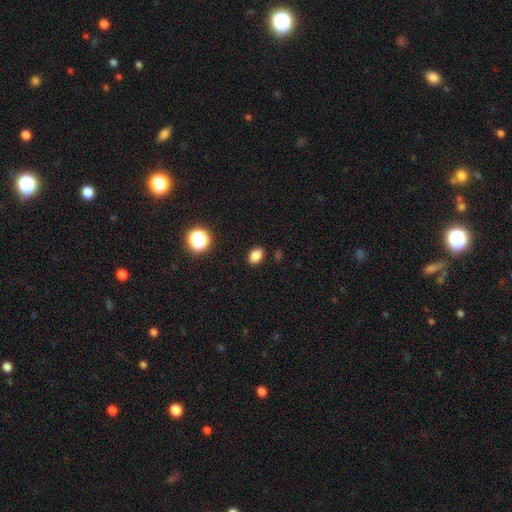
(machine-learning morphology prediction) smooth_or_featured: smooth (p=0.83) [alt: star or artifact p=0.12]
how_rounded: in between (p=0.81) [alt: round p=0.17]
merging: none (p=0.88) [alt: minor disturbance p=0.08]